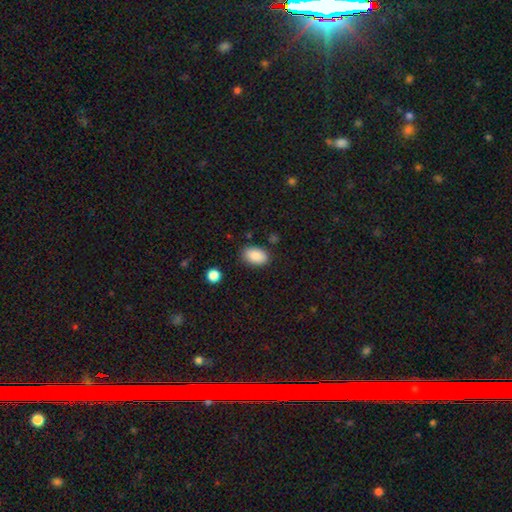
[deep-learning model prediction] This appears to be a smooth galaxy with no disk features (89%) that is in between round and cigar-shaped (91%). Merging: none (83%).